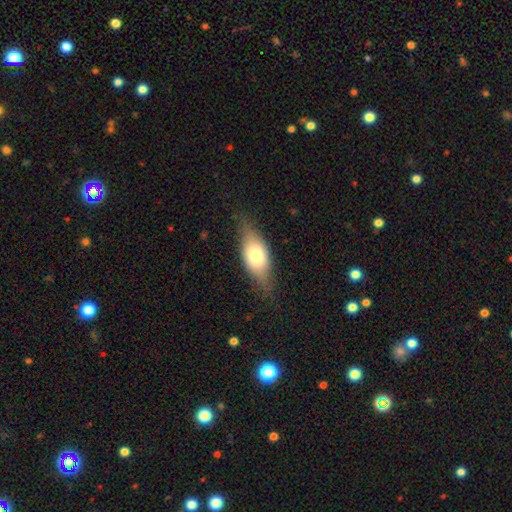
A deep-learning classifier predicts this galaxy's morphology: Overall: smooth (63%; featured or disk 30%). How rounded: in between (80%). Merging: none (71%).